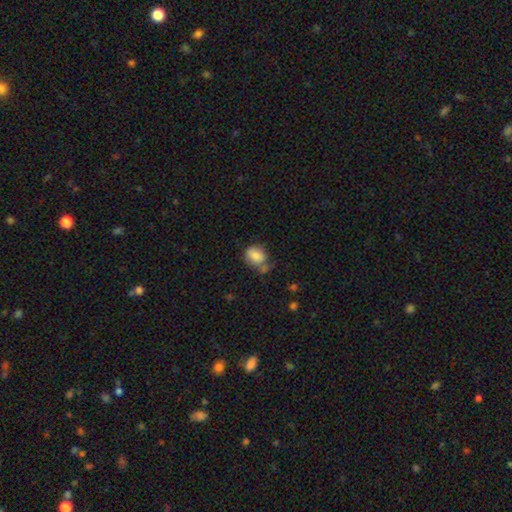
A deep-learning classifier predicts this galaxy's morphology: This is clearly a smooth galaxy (81%). How rounded: possibly in between (52%). Merging: possibly none (49%).